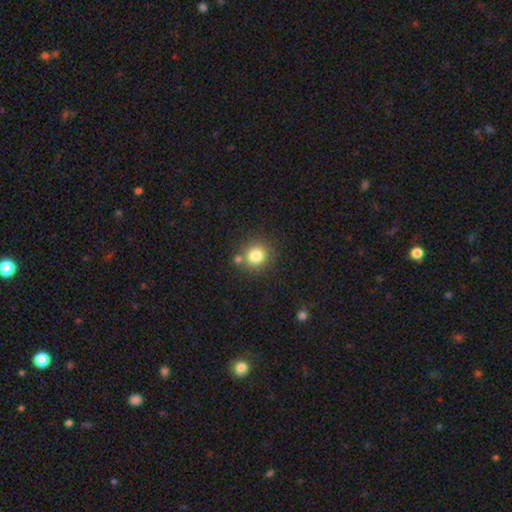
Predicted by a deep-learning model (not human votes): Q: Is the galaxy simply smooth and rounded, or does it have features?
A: smooth — 81%.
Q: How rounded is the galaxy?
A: round — 88%.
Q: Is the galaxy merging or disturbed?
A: none — 72%.